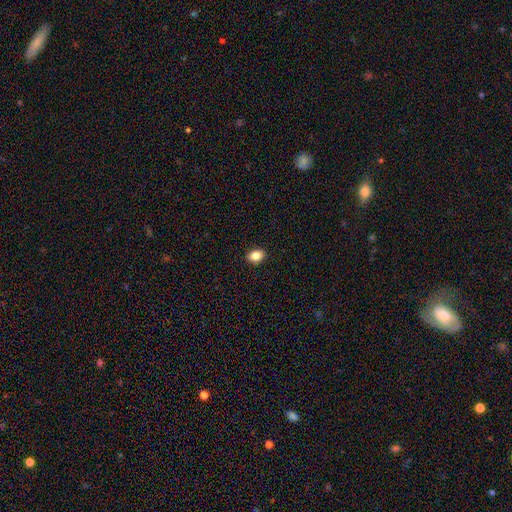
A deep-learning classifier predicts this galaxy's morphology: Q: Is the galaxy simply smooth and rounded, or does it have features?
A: smooth — 84%.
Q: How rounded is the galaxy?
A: in between — 68%.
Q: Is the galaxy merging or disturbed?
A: none — 91%.